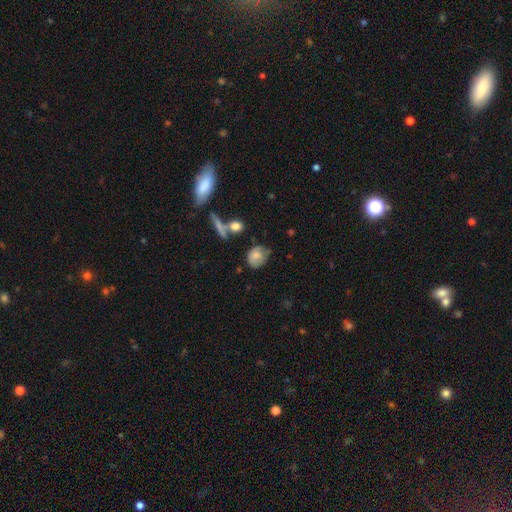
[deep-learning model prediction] Smooth or featured? smooth (74%)
How rounded? round (52%)
Merging? none (51%)